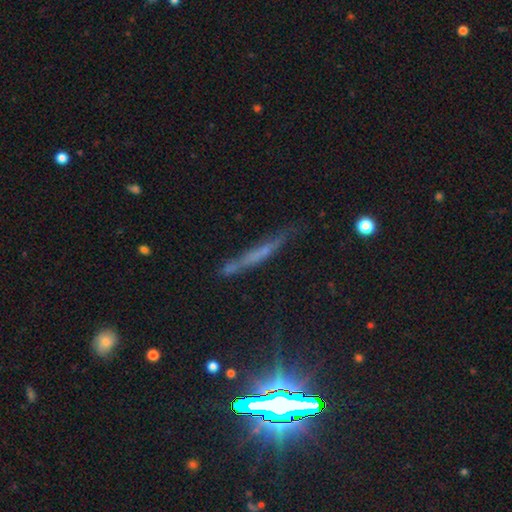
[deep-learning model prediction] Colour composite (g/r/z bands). It shows a featured or disk galaxy (42%). Merging: none (69%).